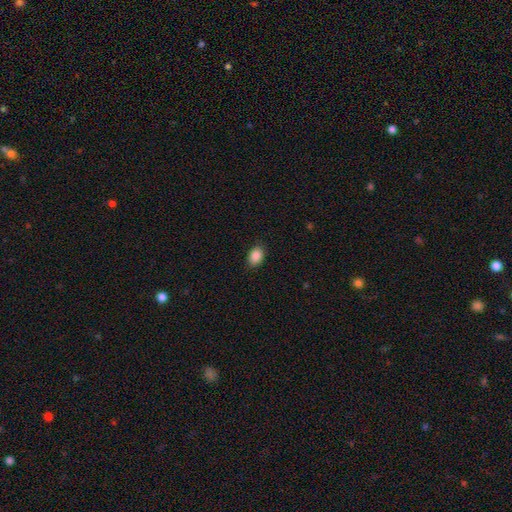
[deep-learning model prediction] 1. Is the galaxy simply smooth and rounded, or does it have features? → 89% smooth, 8% star or artifact, 3% featured or disk.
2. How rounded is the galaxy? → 76% in between, 23% round, 1% cigar-shaped.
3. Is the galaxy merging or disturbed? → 87% none, 10% minor disturbance, 2% major disturbance, 1% merger.